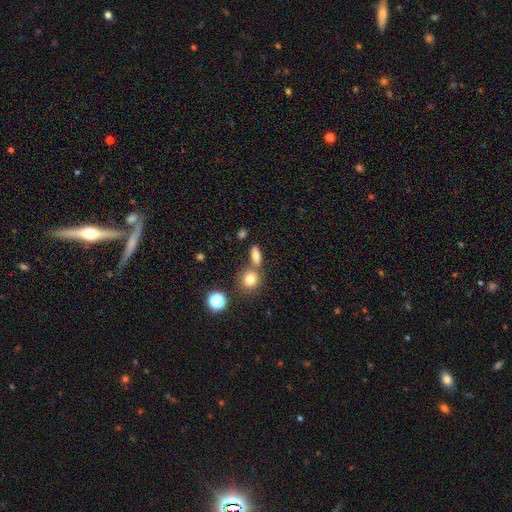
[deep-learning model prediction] This is likely a smooth galaxy (75%). How rounded: likely in between (61%). Merging: likely none (62%).